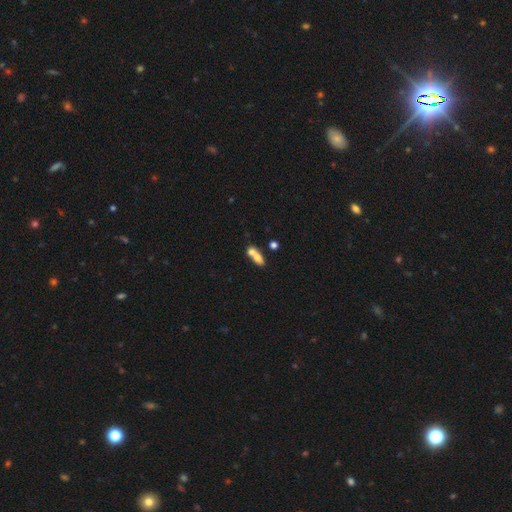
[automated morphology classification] Smooth or featured? smooth (68%)
How rounded? in between (69%)
Merging? merger (61%)